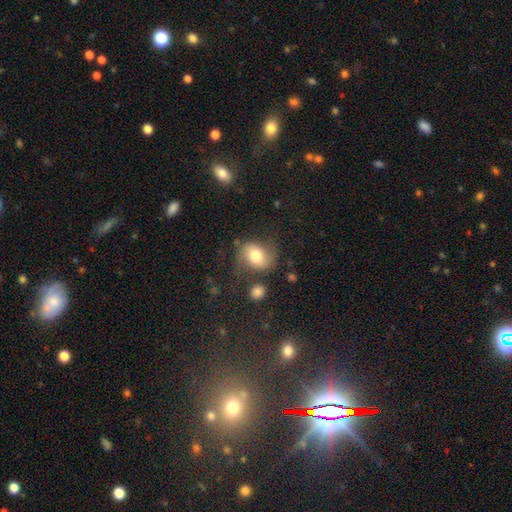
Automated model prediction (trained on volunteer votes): smooth_or_featured: smooth (p=0.65) [alt: featured or disk p=0.26]
how_rounded: in between (p=0.57) [alt: round p=0.41]
merging: none (p=0.62) [alt: minor disturbance p=0.22]